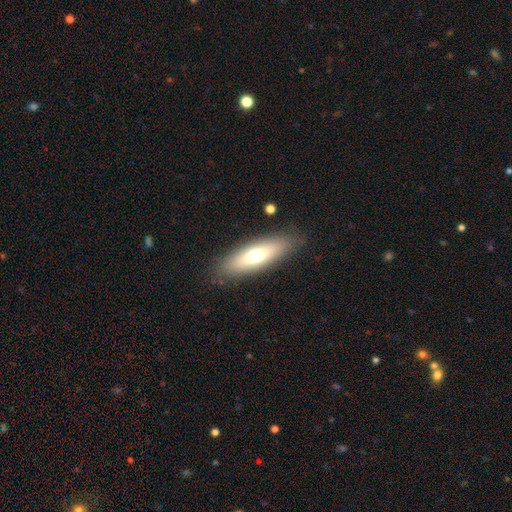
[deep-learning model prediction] The model was most divided on "how rounded": in between: 54%, cigar-shaped: 44%, round: 2%. More confident: merging — none (85%); smooth or featured — smooth (63%).